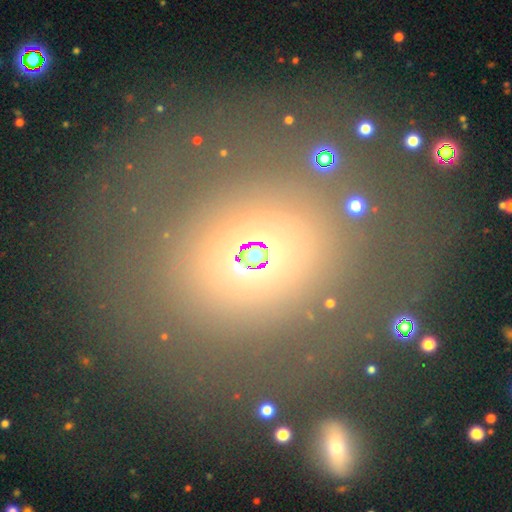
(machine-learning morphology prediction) This is possibly a smooth galaxy (50%). Merging: likely none (77%).